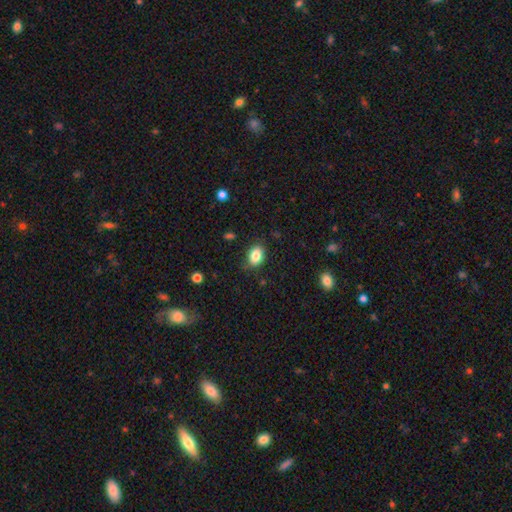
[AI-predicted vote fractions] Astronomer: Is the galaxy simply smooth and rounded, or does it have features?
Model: smooth — 84%.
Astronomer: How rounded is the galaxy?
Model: in between — 78%.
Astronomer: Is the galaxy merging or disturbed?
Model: none — 80%.